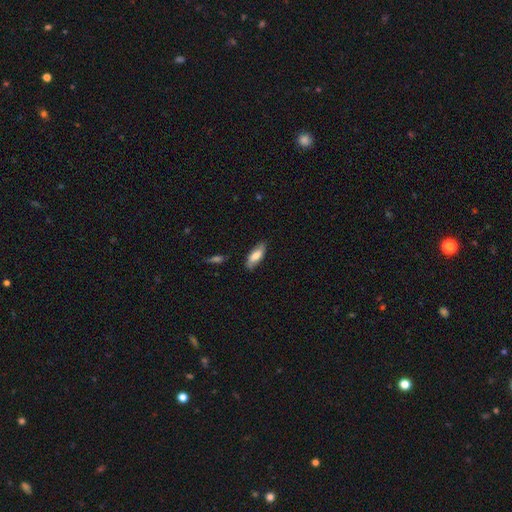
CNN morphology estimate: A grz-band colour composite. It shows a smooth galaxy with no disk features (70%) that is in between round and cigar-shaped (75%). Merging: none (77%).